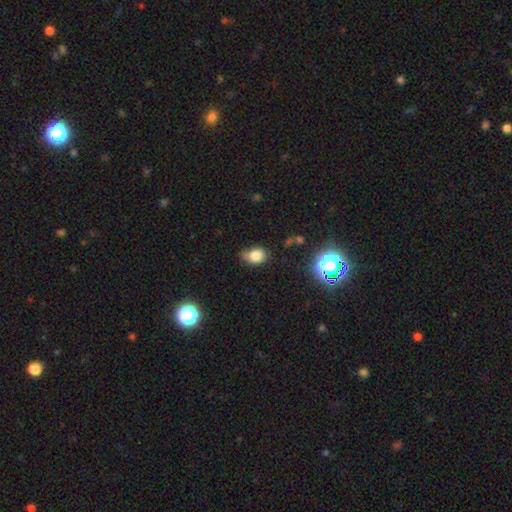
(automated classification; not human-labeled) Smooth or featured? Predicted: smooth (p=0.80). How rounded? Predicted: in between (p=0.72). Merging? Predicted: none (p=0.62).